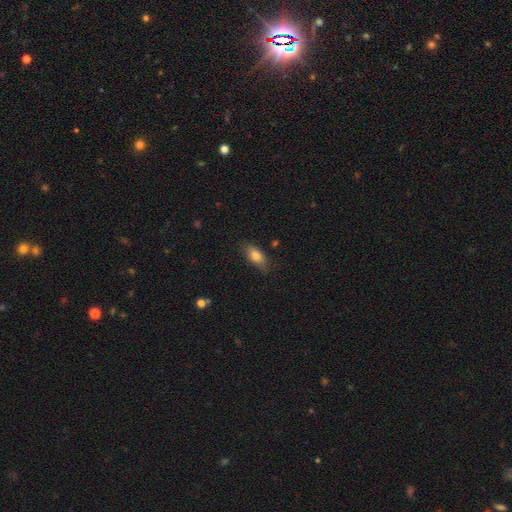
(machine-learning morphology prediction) smooth_or_featured: smooth (p=0.81) [alt: featured or disk p=0.11]
how_rounded: in between (p=0.86) [alt: cigar-shaped p=0.10]
merging: none (p=0.80) [alt: minor disturbance p=0.15]